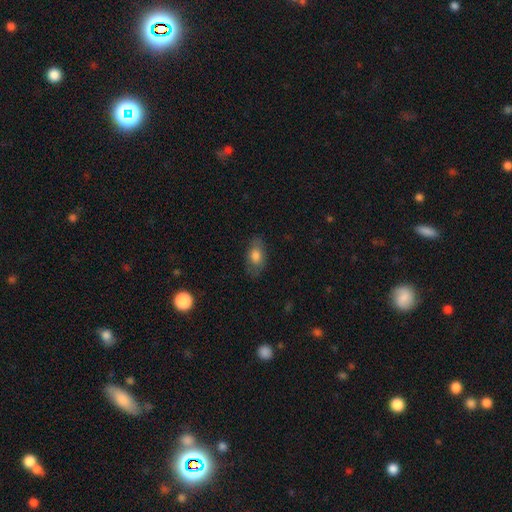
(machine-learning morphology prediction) A smooth galaxy with no disk features (75%) that is in between round and cigar-shaped (88%).

Vote fractions:
- Smooth or featured? smooth: 75% / featured or disk: 17% / star or artifact: 8%
- How rounded? in between: 88% / round: 9% / cigar-shaped: 3%
- Merging? none: 76% / minor disturbance: 17% / major disturbance: 5% / merger: 1%